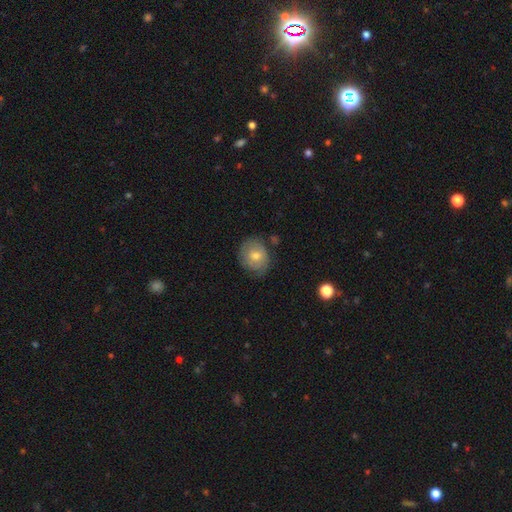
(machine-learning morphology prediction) The model was most divided on "smooth or featured": smooth: 60%, featured or disk: 32%, star or artifact: 7%. More confident: how rounded — round (69%); merging — none (64%).